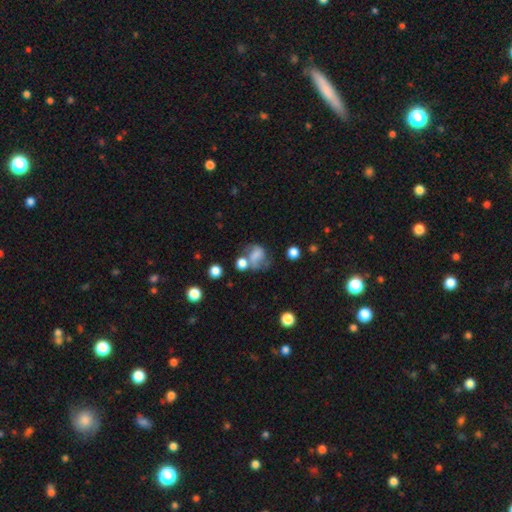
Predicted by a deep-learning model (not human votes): Smooth or featured: smooth — 52% (featured or disk — 35%)
How rounded: round — 52% (in between — 47%)
Merging: none — 34% (merger — 23%)